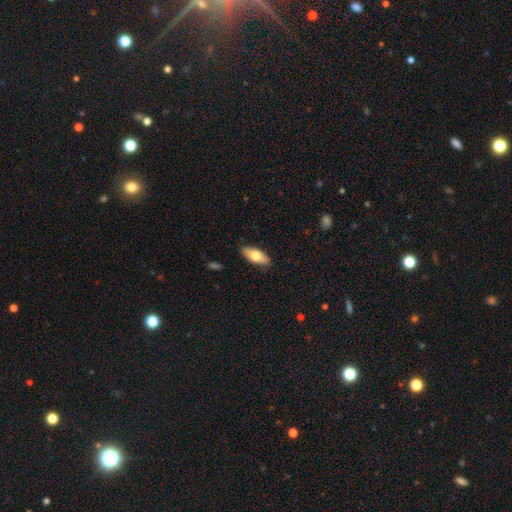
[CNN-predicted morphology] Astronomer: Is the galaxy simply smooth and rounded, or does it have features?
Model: smooth — 75%.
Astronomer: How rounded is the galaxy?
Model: in between — 81%.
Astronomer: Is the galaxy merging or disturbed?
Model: none — 88%.